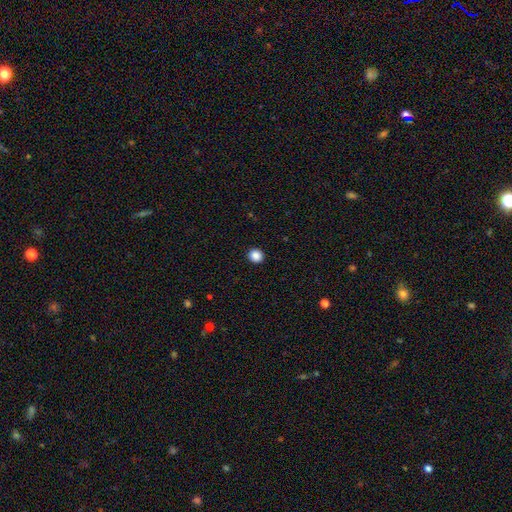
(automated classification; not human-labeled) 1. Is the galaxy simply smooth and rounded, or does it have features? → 87% smooth, 10% star or artifact, 3% featured or disk.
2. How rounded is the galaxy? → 87% round, 12% in between, 1% cigar-shaped.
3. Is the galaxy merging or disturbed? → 93% none, 5% minor disturbance, 2% major disturbance, 1% merger.